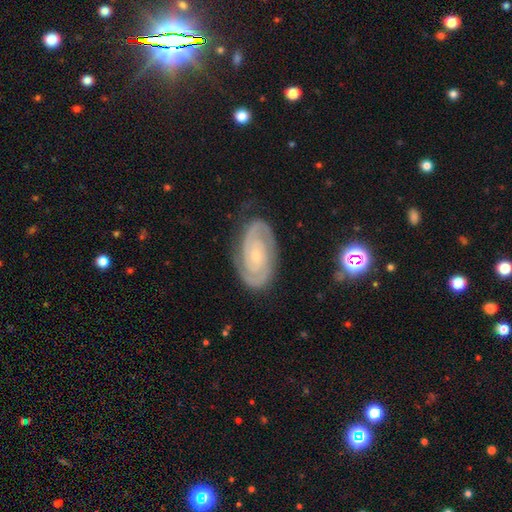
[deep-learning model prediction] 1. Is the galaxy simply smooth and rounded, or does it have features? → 88% featured or disk, 6% smooth, 6% star or artifact.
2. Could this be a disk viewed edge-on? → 97% no, 3% yes.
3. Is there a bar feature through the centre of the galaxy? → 67% no, 25% weak, 9% strong.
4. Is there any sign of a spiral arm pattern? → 98% yes, 2% no.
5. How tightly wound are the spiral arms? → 71% tight, 25% medium, 4% loose.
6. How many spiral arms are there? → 83% 2, 6% can't tell, 5% 3, 2% 4, 2% 1, 2% more than 4.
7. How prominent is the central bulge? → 76% small, 19% moderate, 3% none, 1% large, 1% dominant.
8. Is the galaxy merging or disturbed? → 82% none, 13% minor disturbance, 4% major disturbance, 1% merger.